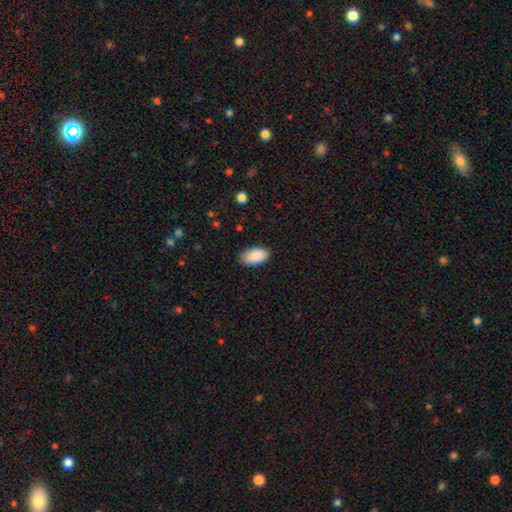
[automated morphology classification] smooth-or-featured: smooth: 90% | star or artifact: 6% | featured or disk: 4%
  how-rounded: in between: 95% | round: 3% | cigar-shaped: 1%
  merging: none: 84% | minor disturbance: 12% | major disturbance: 2% | merger: 1%